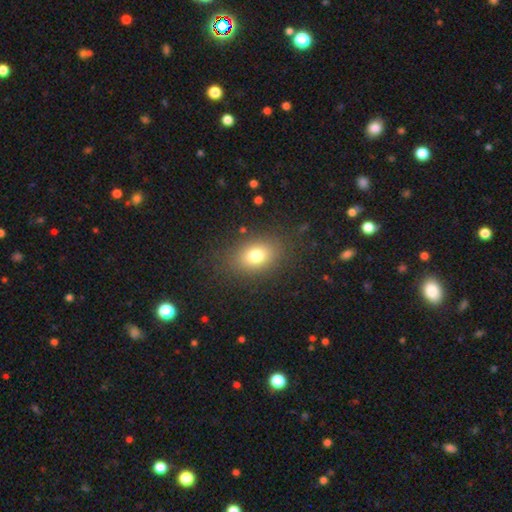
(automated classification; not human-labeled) smooth 76%, star or artifact 12%, featured or disk 11%. Down the decision tree: how rounded — in between (73%); merging — none (83%).